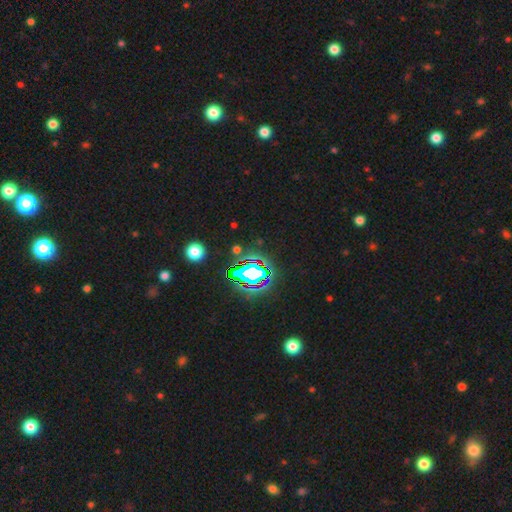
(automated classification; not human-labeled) Smooth or featured? star or artifact (82%)